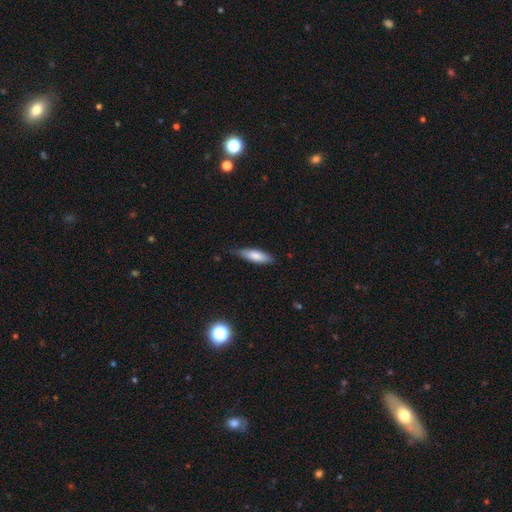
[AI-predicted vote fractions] This is likely a smooth galaxy (79%). How rounded: possibly cigar-shaped (52%). Merging: likely none (75%).